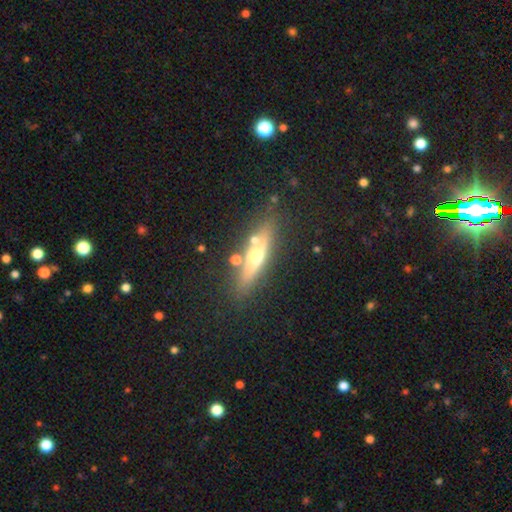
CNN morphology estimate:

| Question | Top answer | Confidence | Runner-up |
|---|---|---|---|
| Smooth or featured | featured or disk | 51% | smooth (40%) |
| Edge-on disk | yes | 84% | no (16%) |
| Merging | none | 79% | minor disturbance (11%) |